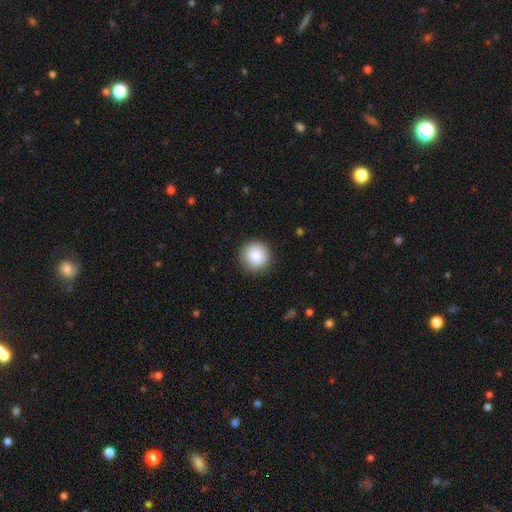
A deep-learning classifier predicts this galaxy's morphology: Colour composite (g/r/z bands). It shows a smooth galaxy with no disk features (87%) that is round (95%). Merging: none (91%).